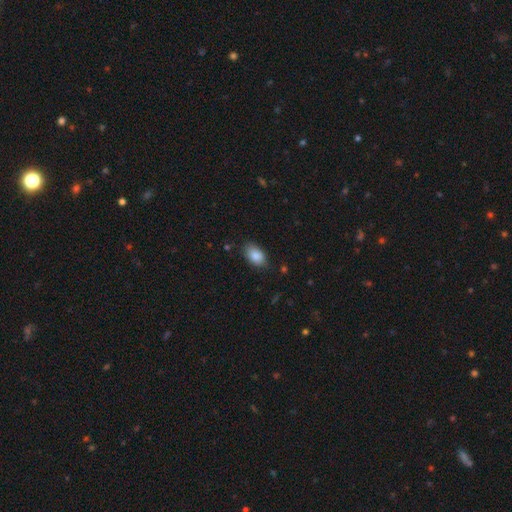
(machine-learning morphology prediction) Smooth or featured? Predicted: smooth (p=0.87). How rounded? Predicted: in between (p=0.90). Merging? Predicted: none (p=0.80).